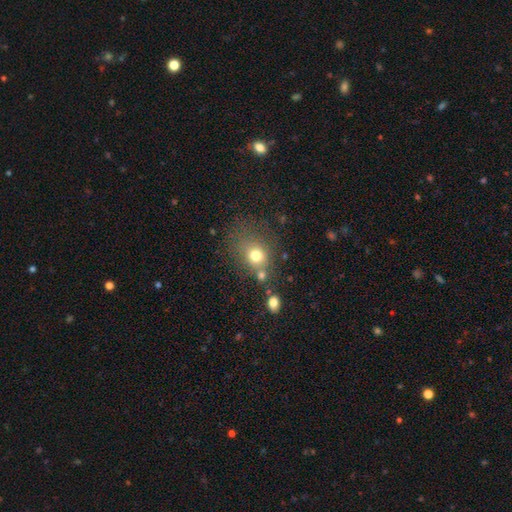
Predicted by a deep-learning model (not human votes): This appears to be a smooth galaxy with no disk features (74%) that is round (65%). Merging: none (56%).